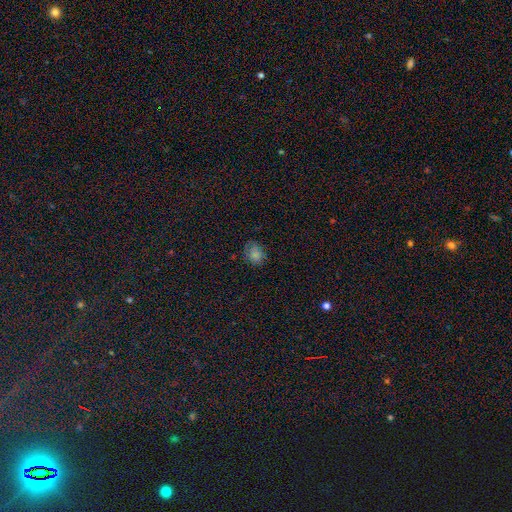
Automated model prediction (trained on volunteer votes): Q: Smooth or featured?
A: smooth (63%); runner-up: star or artifact (28%)
Q: How rounded?
A: round (58%); runner-up: in between (40%)
Q: Merging?
A: none (69%); runner-up: minor disturbance (22%)